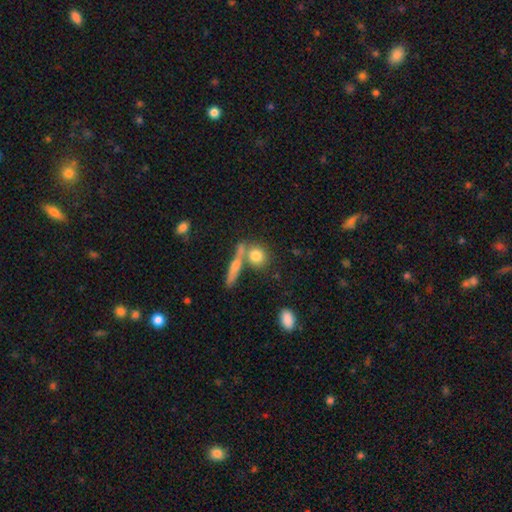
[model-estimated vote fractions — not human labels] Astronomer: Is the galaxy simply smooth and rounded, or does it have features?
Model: smooth — 76%.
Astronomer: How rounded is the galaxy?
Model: round — 67%.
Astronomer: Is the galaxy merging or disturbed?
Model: none — 57%.